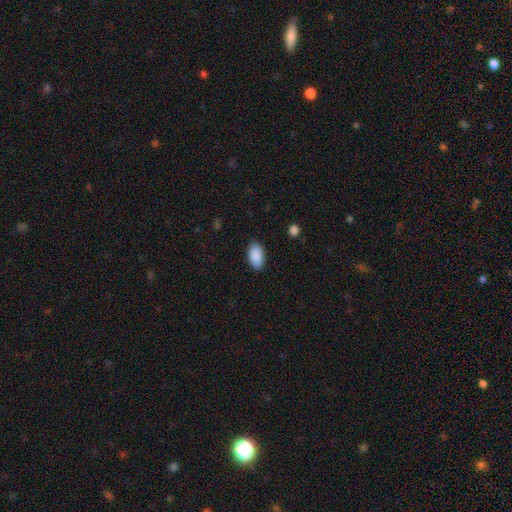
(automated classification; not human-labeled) Smooth or featured? Predicted: smooth (p=0.90). How rounded? Predicted: in between (p=0.95). Merging? Predicted: none (p=0.87).